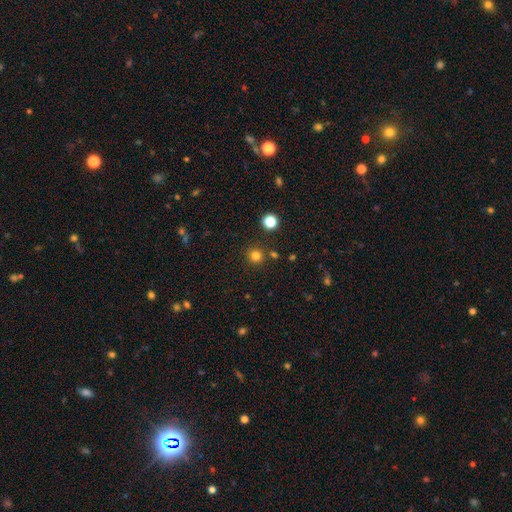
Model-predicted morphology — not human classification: Smooth or featured: smooth — 79% (star or artifact — 16%)
How rounded: round — 94% (in between — 5%)
Merging: none — 86% (minor disturbance — 6%)